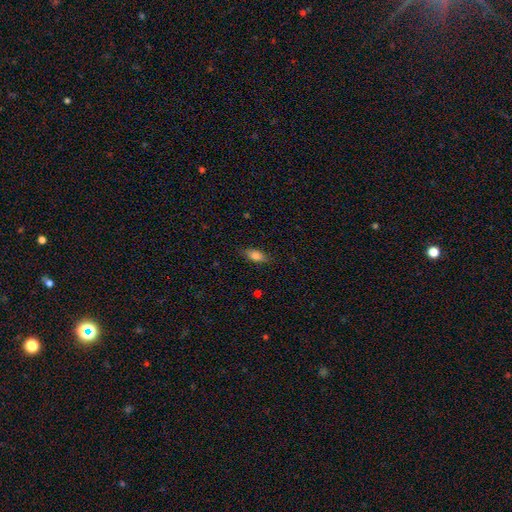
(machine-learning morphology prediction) Smooth or featured?
  - smooth: 78% *
  - featured or disk: 14%
  - star or artifact: 8%
How rounded?
  - in between: 82% *
  - cigar-shaped: 14%
  - round: 4%
Merging?
  - none: 84% *
  - minor disturbance: 12%
  - major disturbance: 2%
  - merger: 1%